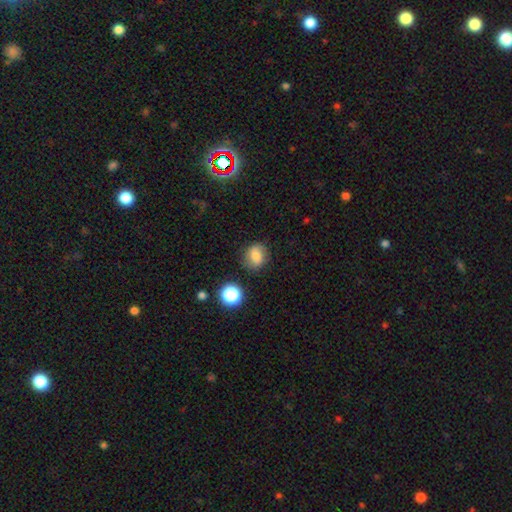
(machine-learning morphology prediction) smooth_or_featured: smooth (p=0.73) [alt: featured or disk p=0.15]
how_rounded: round (p=0.67) [alt: in between p=0.31]
merging: none (p=0.78) [alt: minor disturbance p=0.15]